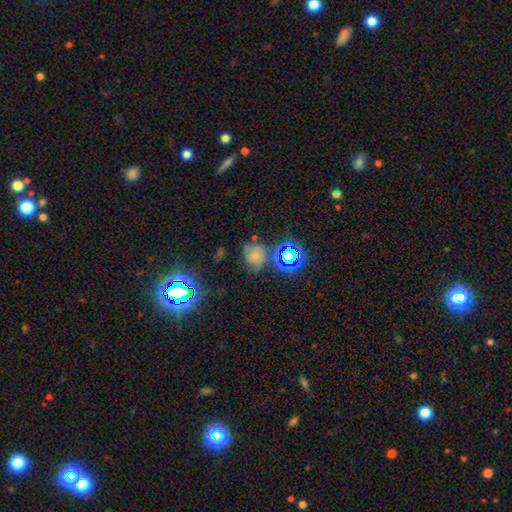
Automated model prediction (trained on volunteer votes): This appears to be a smooth galaxy with no disk features (46%). Merging: none (60%).